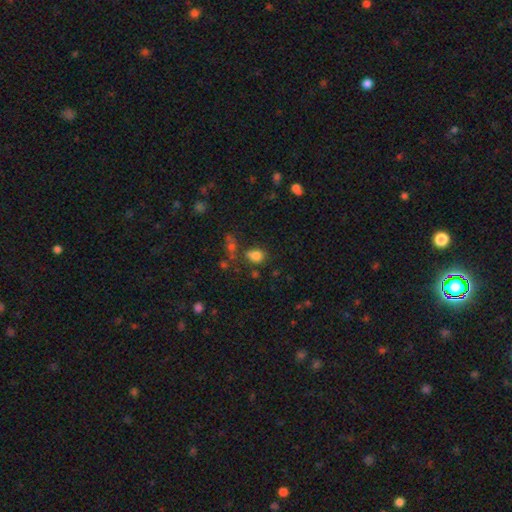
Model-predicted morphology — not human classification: Smooth or featured? smooth (79%)
How rounded? round (58%)
Merging? none (63%)